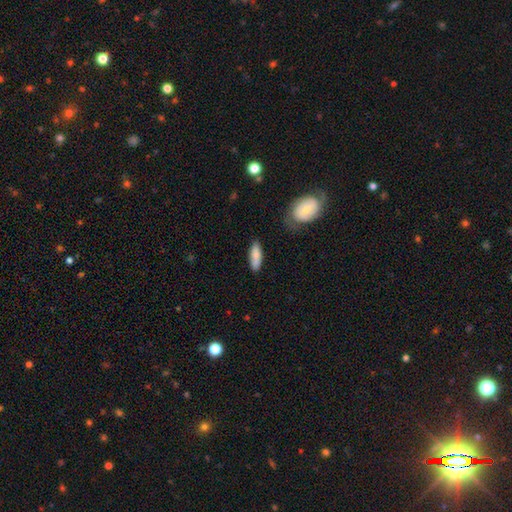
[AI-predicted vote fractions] A smooth galaxy with no disk features (81%) that is in between round and cigar-shaped (55%). Merging: none (77%).